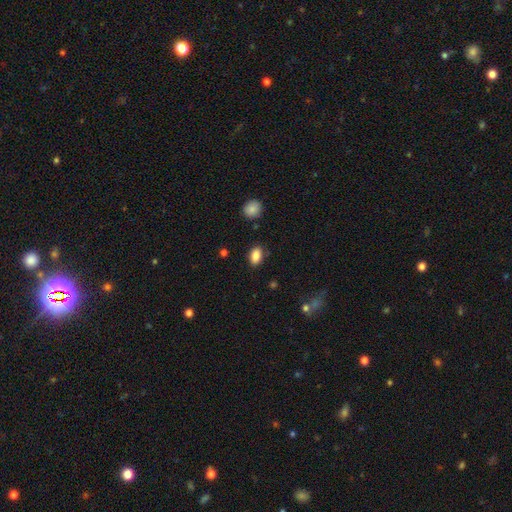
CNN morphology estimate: Smooth or featured? Predicted: smooth (p=0.87). How rounded? Predicted: in between (p=0.88). Merging? Predicted: none (p=0.85).